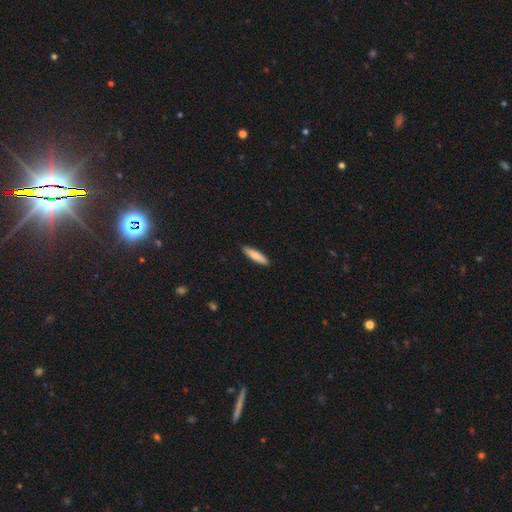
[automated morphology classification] A smooth galaxy with no disk features (81%) that is cigar-shaped (74%).

Vote fractions:
- Smooth or featured? smooth: 81% / featured or disk: 13% / star or artifact: 6%
- How rounded? cigar-shaped: 74% / in between: 24% / round: 1%
- Merging? none: 90% / minor disturbance: 8% / major disturbance: 1% / merger: 1%